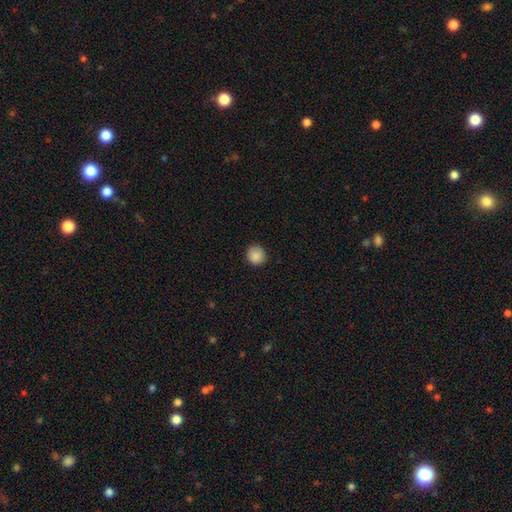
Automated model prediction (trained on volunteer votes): This appears to be a smooth galaxy with no disk features (88%) that is round (91%). Merging: none (89%).